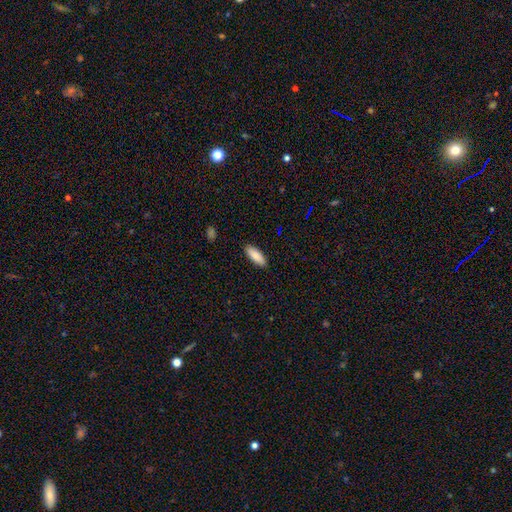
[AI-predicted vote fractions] Smooth or featured: smooth — 87% (featured or disk — 7%)
How rounded: in between — 71% (cigar-shaped — 28%)
Merging: none — 89% (minor disturbance — 8%)